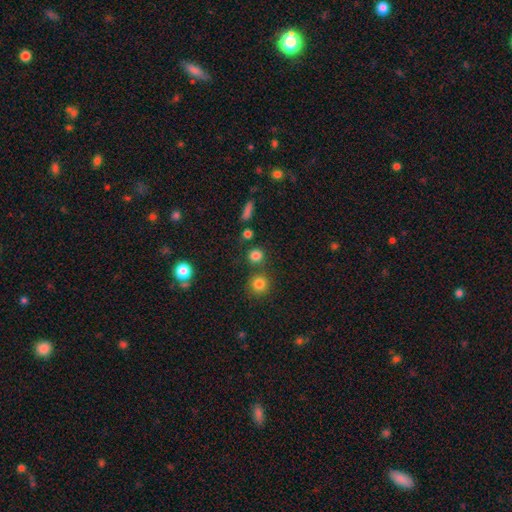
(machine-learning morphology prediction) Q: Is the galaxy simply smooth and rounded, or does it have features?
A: smooth — 80%.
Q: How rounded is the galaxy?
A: round — 89%.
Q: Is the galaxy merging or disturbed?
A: none — 74%.